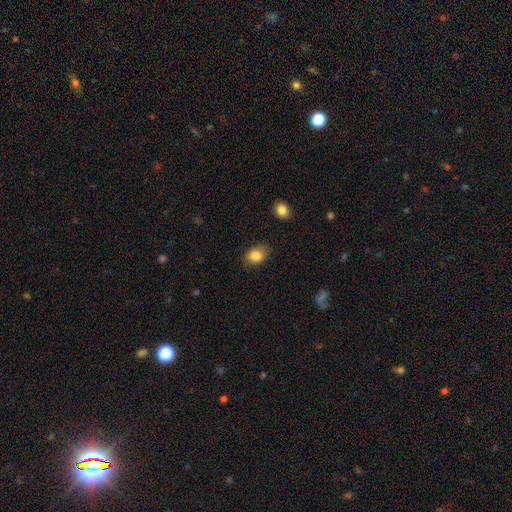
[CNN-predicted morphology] A smooth galaxy with no disk features (84%) that is in between round and cigar-shaped (69%).

Vote fractions:
- Smooth or featured? smooth: 84% / star or artifact: 9% / featured or disk: 7%
- How rounded? in between: 69% / round: 30% / cigar-shaped: 1%
- Merging? none: 80% / minor disturbance: 15% / major disturbance: 3% / merger: 2%